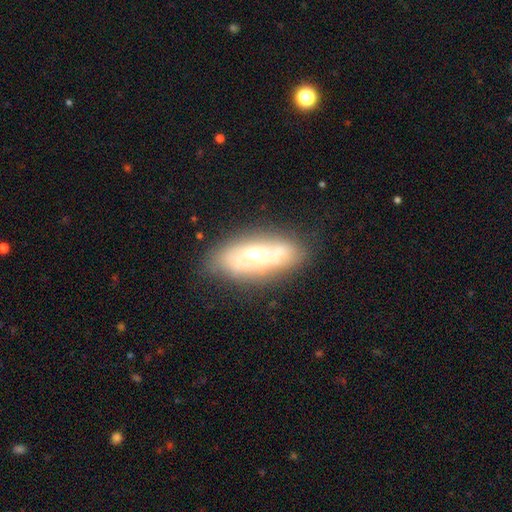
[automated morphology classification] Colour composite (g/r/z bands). It shows a featured or disk galaxy (66%) with no bar (71%), spiral arms (63%) and a moderate central bulge (67%). Merging: none (71%).